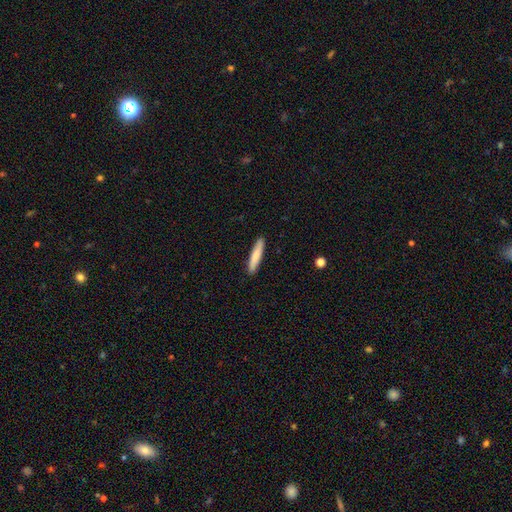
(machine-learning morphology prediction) The model was most divided on "smooth or featured": smooth: 79%, featured or disk: 16%, star or artifact: 5%. More confident: how rounded — cigar-shaped (91%); merging — none (91%).